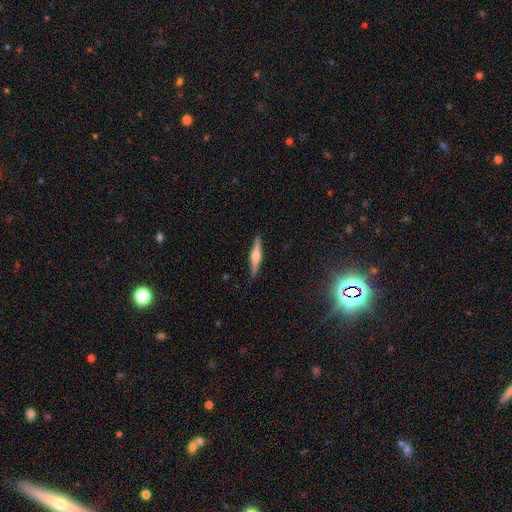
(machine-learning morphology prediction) A featured or disk galaxy (68%) viewed edge-on (98%) with a rounded central bulge (85%). Merging: none (90%).